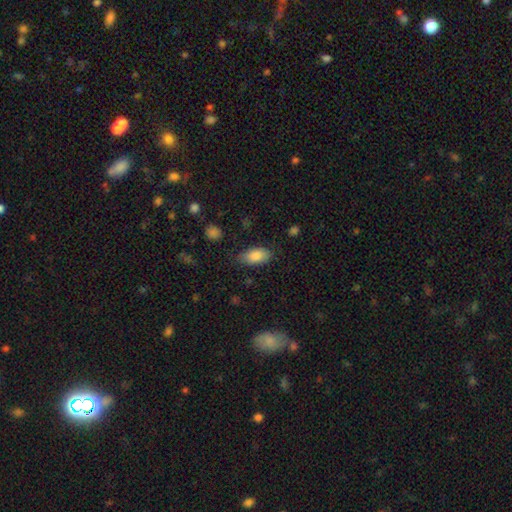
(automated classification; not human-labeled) Smooth or featured? smooth (84%)
How rounded? in between (91%)
Merging? none (76%)